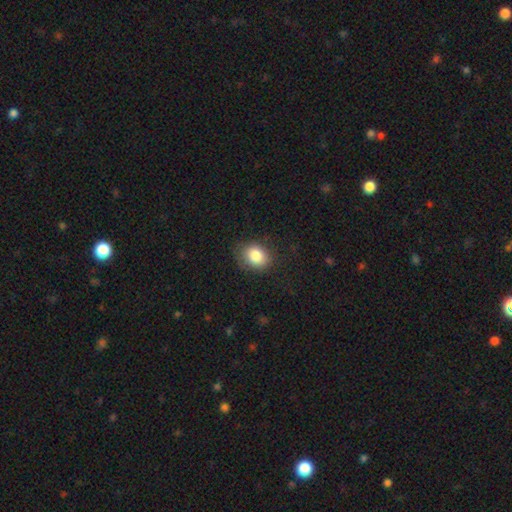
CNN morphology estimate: smooth 84%, star or artifact 9%, featured or disk 7%. Down the decision tree: how rounded — in between (51%); merging — none (79%).